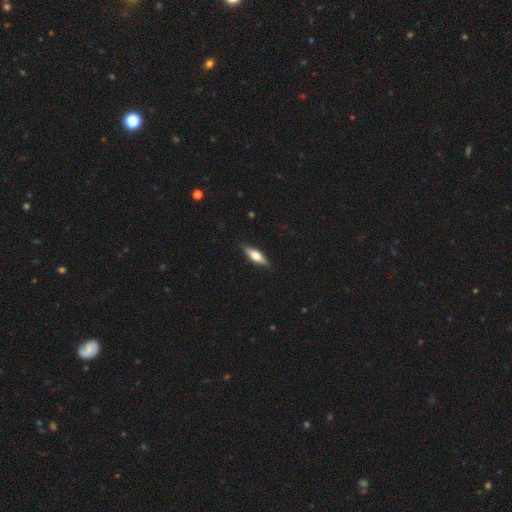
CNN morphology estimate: Q: Smooth or featured?
A: smooth (57%); runner-up: featured or disk (37%)
Q: How rounded?
A: in between (52%); runner-up: cigar-shaped (45%)
Q: Merging?
A: none (86%); runner-up: minor disturbance (11%)